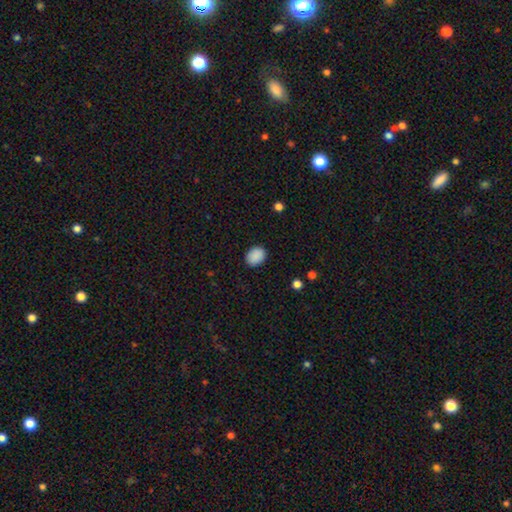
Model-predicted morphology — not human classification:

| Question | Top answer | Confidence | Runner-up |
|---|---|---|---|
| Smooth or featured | smooth | 90% | star or artifact (8%) |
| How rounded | in between | 59% | round (41%) |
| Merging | none | 88% | minor disturbance (8%) |